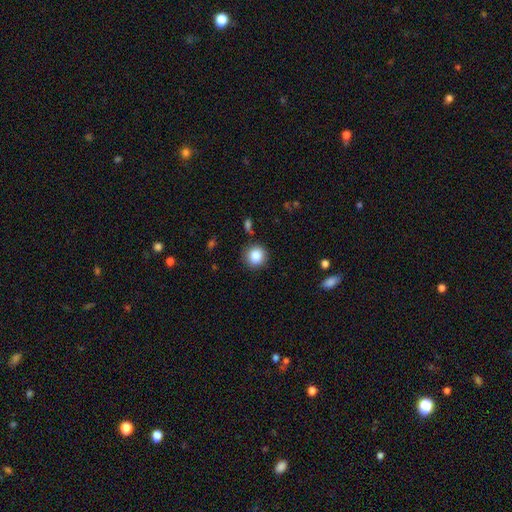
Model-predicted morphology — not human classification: Smooth or featured? Predicted: smooth (p=0.85). How rounded? Predicted: round (p=0.89). Merging? Predicted: none (p=0.87).